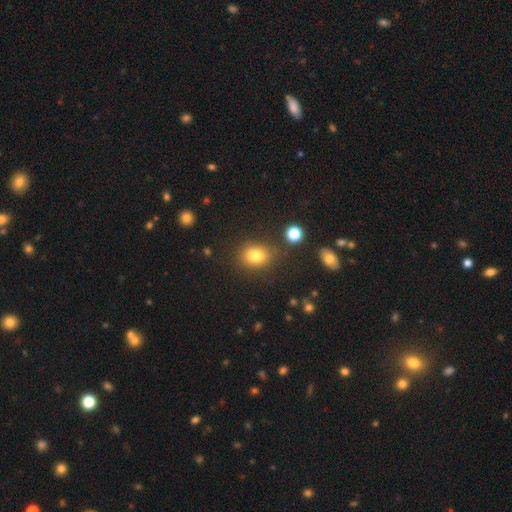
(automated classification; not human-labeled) Smooth or featured: smooth — 80% (star or artifact — 12%)
How rounded: in between — 51% (round — 48%)
Merging: none — 79% (minor disturbance — 13%)